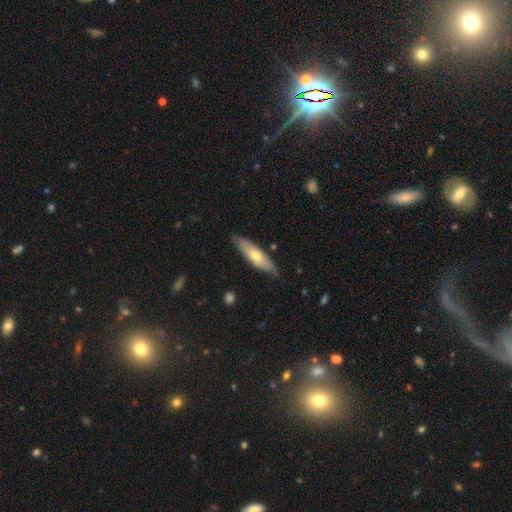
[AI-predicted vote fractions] The model was most divided on "smooth or featured": smooth: 56%, featured or disk: 38%, star or artifact: 5%. More confident: merging — none (81%); how rounded — cigar-shaped (59%).